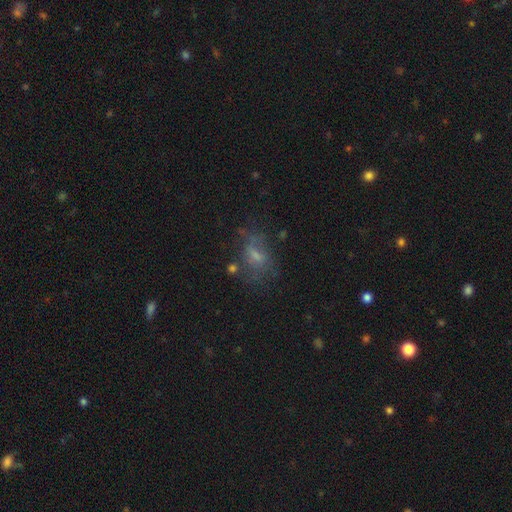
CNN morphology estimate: Smooth or featured: smooth — 44% (featured or disk — 38%)
Merging: none — 46% (major disturbance — 25%)